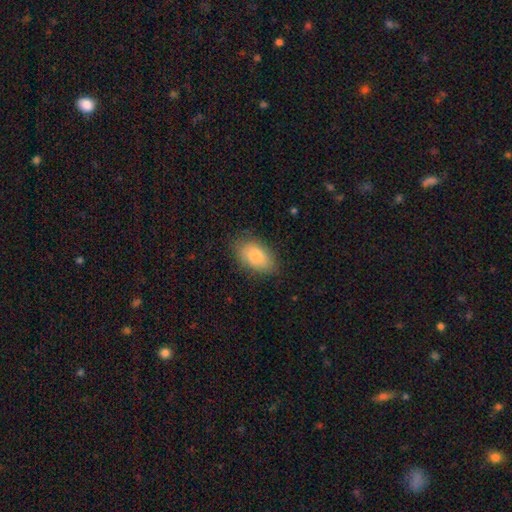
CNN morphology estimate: This is clearly a smooth galaxy (83%). How rounded: clearly in between (92%). Merging: clearly none (82%).